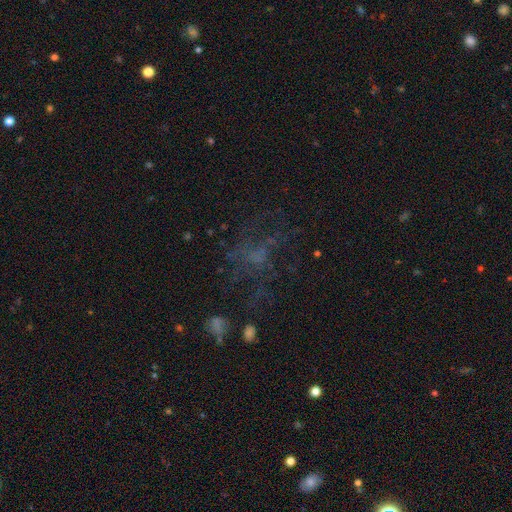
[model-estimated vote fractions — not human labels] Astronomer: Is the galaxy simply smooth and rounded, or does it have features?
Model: featured or disk — 40% (runner-up: star or artifact, 32%).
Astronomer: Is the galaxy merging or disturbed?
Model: none — 49% (runner-up: major disturbance, 31%).